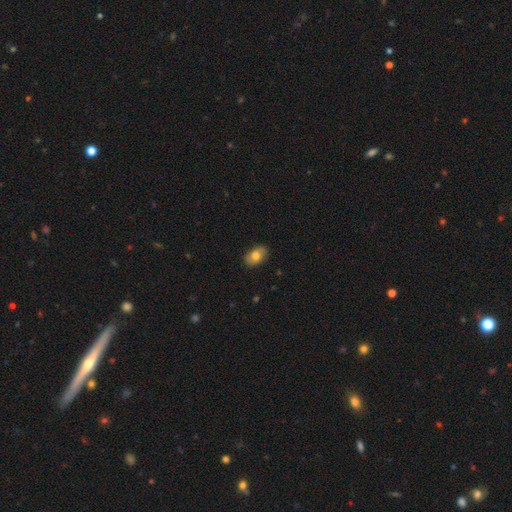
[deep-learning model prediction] This is likely a smooth galaxy (75%). How rounded: clearly in between (89%). Merging: clearly none (86%).